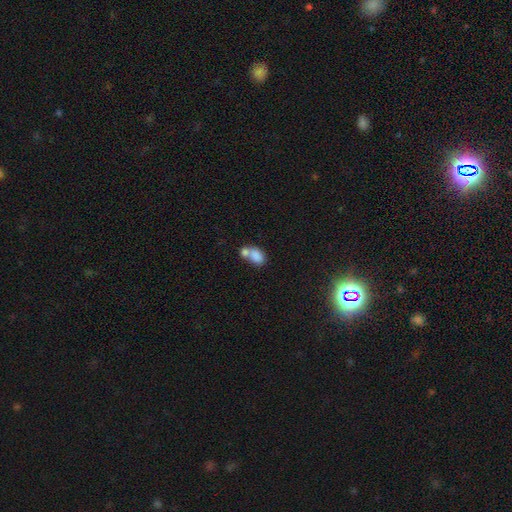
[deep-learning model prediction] The model was most divided on "merging": merger: 62%, none: 24%, minor disturbance: 9%, major disturbance: 5%. More confident: smooth or featured — smooth (80%); how rounded — in between (78%).